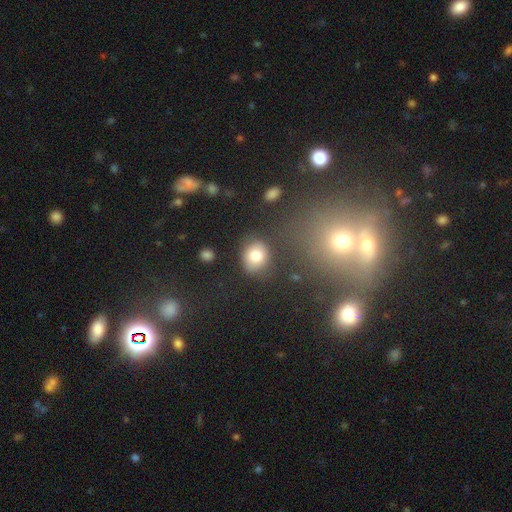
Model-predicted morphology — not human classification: Smooth or featured? Predicted: smooth (p=0.80). How rounded? Predicted: round (p=0.60). Merging? Predicted: none (p=0.77).